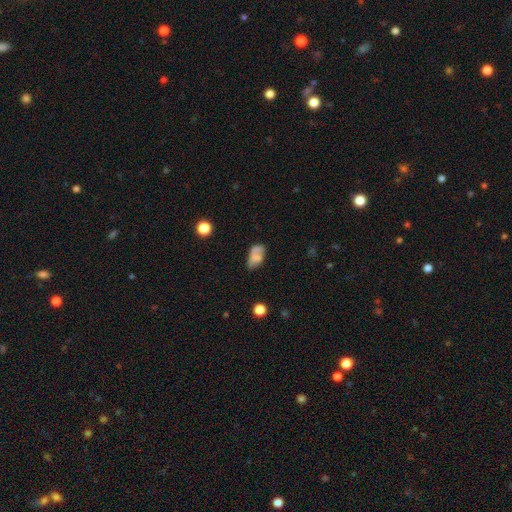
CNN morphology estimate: This is likely a smooth galaxy (62%). How rounded: clearly in between (89%). Merging: marginally none (43%).